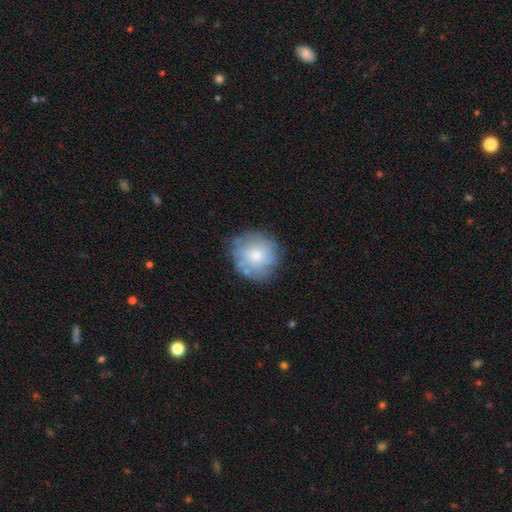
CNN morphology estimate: Overall: smooth (59%; featured or disk 33%). How rounded: round (84%). Merging: none (70%).